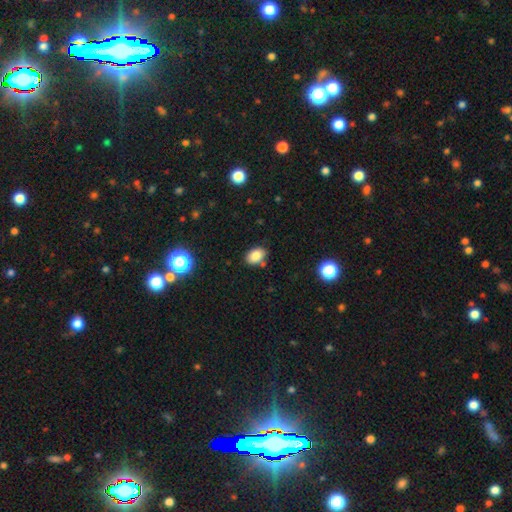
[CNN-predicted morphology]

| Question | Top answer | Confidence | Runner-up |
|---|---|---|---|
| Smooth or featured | smooth | 83% | star or artifact (11%) |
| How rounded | in between | 82% | round (17%) |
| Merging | none | 79% | minor disturbance (13%) |